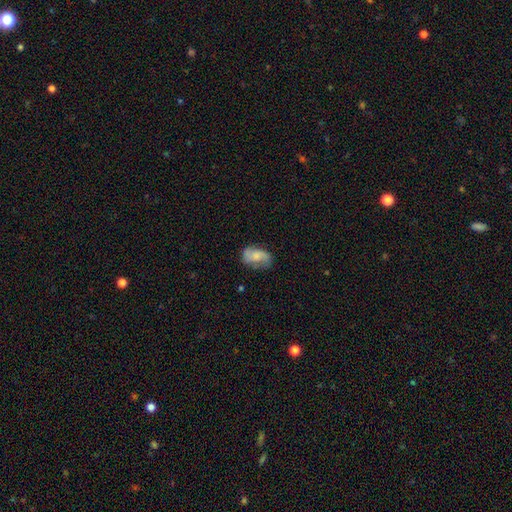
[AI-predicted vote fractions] Q: Smooth or featured?
A: featured or disk (50%); runner-up: smooth (42%)
Q: Edge-on disk?
A: no (96%); runner-up: yes (4%)
Q: Merging?
A: none (63%); runner-up: minor disturbance (25%)